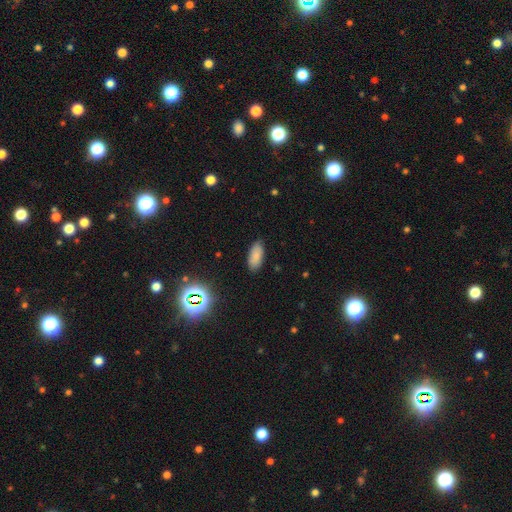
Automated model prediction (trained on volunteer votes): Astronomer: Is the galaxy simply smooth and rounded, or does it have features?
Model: smooth — 83%.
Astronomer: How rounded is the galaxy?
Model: in between — 87%.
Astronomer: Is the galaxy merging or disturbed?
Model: none — 86%.